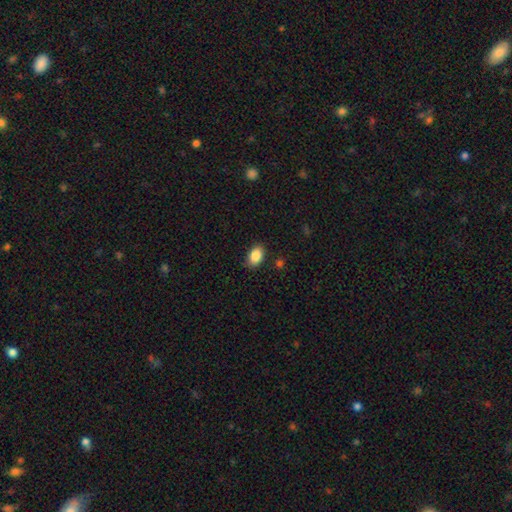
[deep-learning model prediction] smooth 88%, star or artifact 8%, featured or disk 4%. Down the decision tree: how rounded — in between (87%); merging — none (82%).